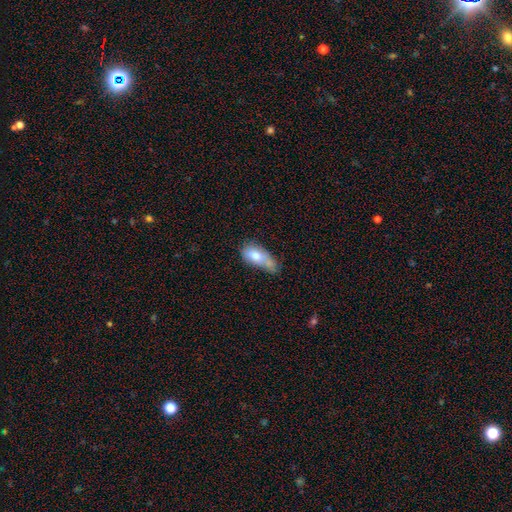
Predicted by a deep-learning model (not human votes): A smooth galaxy with no disk features (73%) that is in between round and cigar-shaped (84%).

Vote fractions:
- Smooth or featured? smooth: 73% / featured or disk: 19% / star or artifact: 8%
- How rounded? in between: 84% / cigar-shaped: 10% / round: 6%
- Merging? minor disturbance: 32% / none: 26% / merger: 26% / major disturbance: 16%